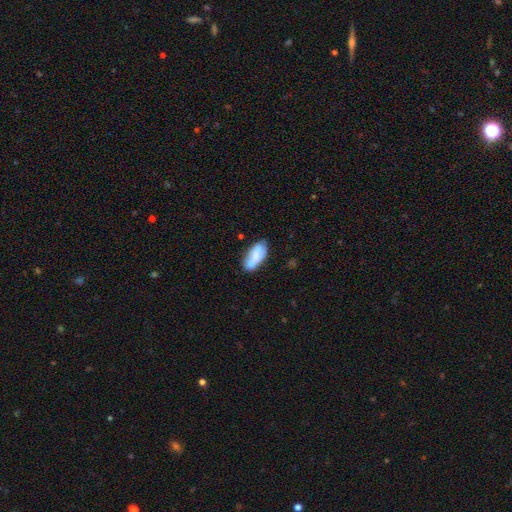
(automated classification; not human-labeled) smooth-or-featured: smooth: 57% | featured or disk: 36% | star or artifact: 7%
  how-rounded: in between: 88% | cigar-shaped: 9% | round: 3%
  merging: none: 50% | minor disturbance: 23% | merger: 19% | major disturbance: 8%